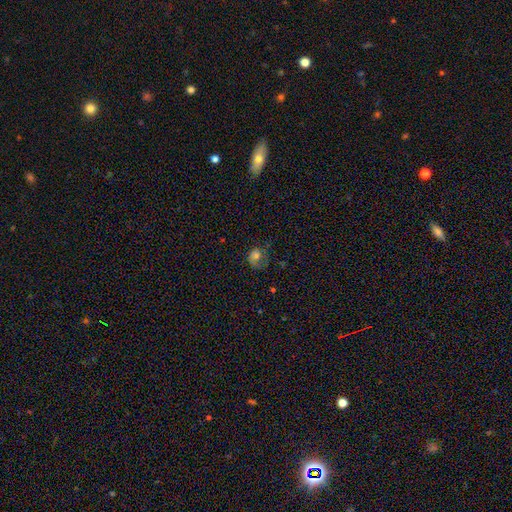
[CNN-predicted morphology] The model was most divided on "merging": none: 40%, major disturbance: 33%, minor disturbance: 25%, merger: 2%. More confident: how rounded — round (66%); smooth or featured — smooth (60%).